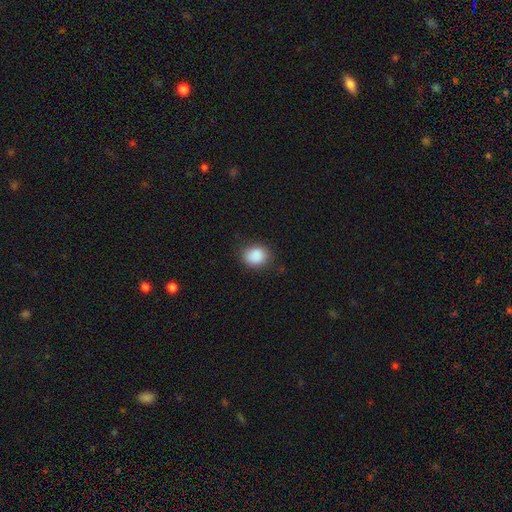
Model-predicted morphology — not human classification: Smooth or featured?
  - smooth: 88% *
  - star or artifact: 9%
  - featured or disk: 3%
How rounded?
  - round: 58% *
  - in between: 41%
  - cigar-shaped: 1%
Merging?
  - none: 80% *
  - minor disturbance: 15%
  - major disturbance: 4%
  - merger: 1%